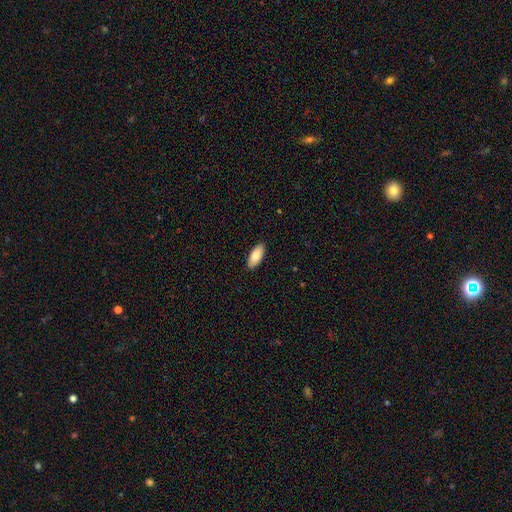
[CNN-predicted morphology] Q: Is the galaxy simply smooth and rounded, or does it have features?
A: smooth — 83%.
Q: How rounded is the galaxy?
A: in between — 86%.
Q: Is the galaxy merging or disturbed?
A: none — 90%.